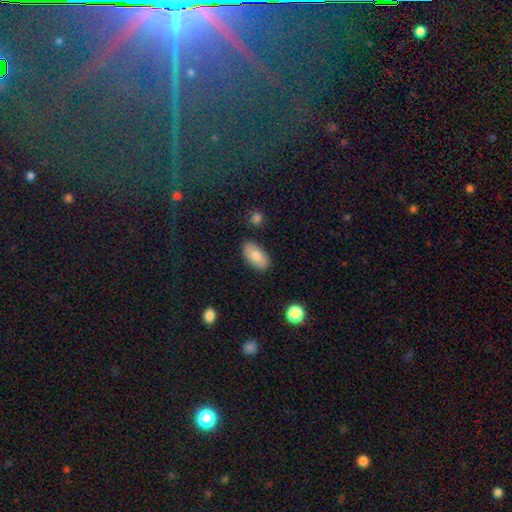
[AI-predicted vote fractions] This is likely a smooth galaxy (78%). How rounded: clearly in between (94%). Merging: clearly none (84%).